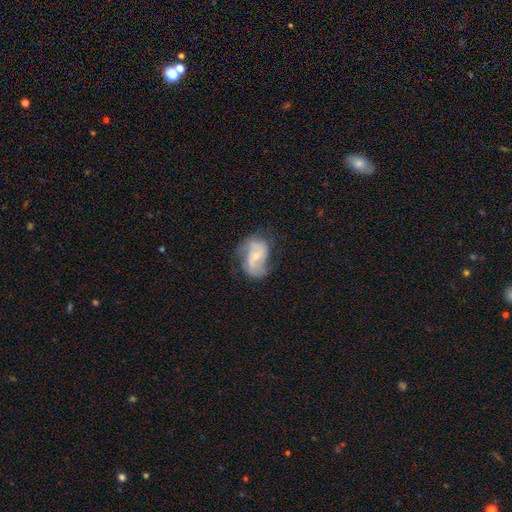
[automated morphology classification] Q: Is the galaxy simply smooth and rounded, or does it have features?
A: featured or disk — 68%.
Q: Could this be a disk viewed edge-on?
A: no — 97%.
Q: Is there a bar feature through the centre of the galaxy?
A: no — 50%.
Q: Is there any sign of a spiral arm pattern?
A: yes — 83%.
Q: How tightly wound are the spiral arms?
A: medium — 42%.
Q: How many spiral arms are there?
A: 2 — 70%.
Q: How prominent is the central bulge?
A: small — 61%.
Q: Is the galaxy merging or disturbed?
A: none — 51%.